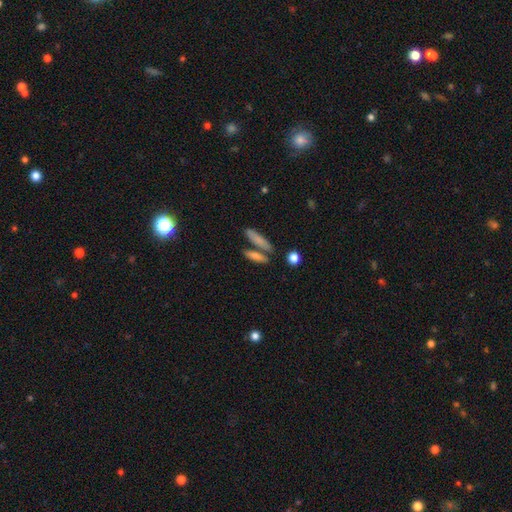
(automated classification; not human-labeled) A smooth galaxy with no disk features (73%) that is cigar-shaped (71%).

Vote fractions:
- Smooth or featured? smooth: 73% / featured or disk: 19% / star or artifact: 9%
- How rounded? cigar-shaped: 71% / in between: 24% / round: 5%
- Merging? none: 64% / merger: 21% / minor disturbance: 10% / major disturbance: 4%